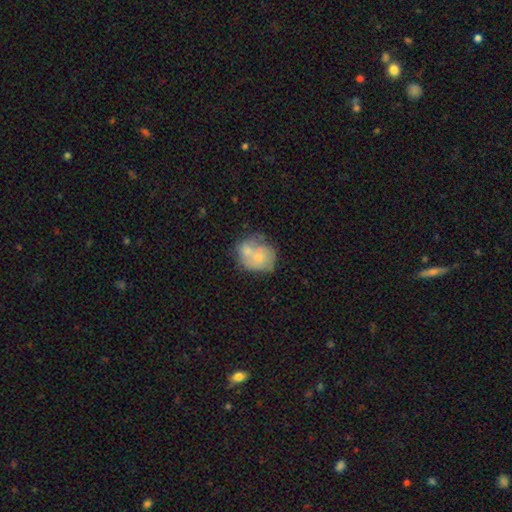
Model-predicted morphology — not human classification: Q: Smooth or featured?
A: smooth (56%); runner-up: featured or disk (37%)
Q: How rounded?
A: round (67%); runner-up: in between (32%)
Q: Merging?
A: merger (44%); runner-up: none (33%)